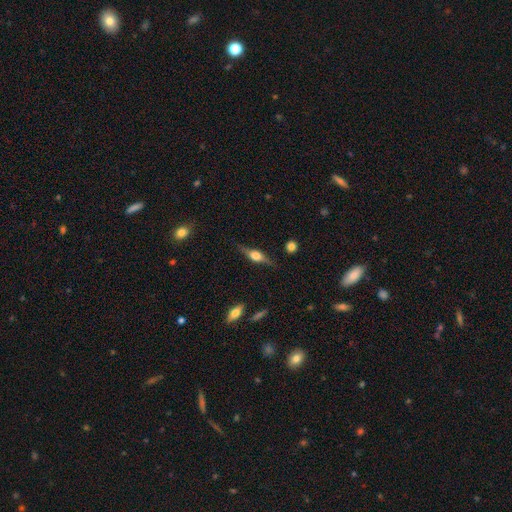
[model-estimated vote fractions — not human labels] Morphology: type=featured or disk (72%); edge-on=yes (95%); edge-on bulge=rounded (90%); merging=none (81%).